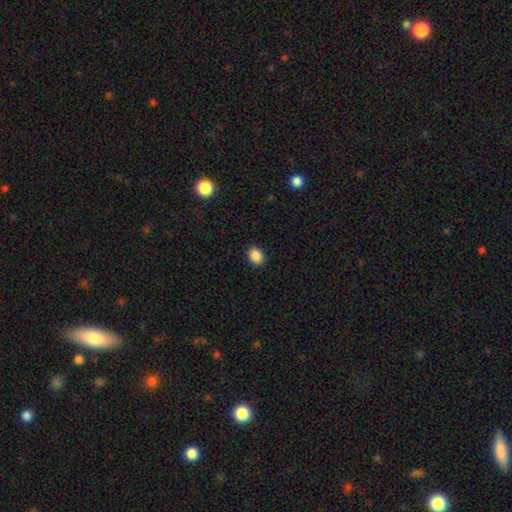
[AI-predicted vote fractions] Smooth or featured: smooth — 88% (star or artifact — 9%)
How rounded: in between — 57% (round — 42%)
Merging: none — 90% (minor disturbance — 7%)